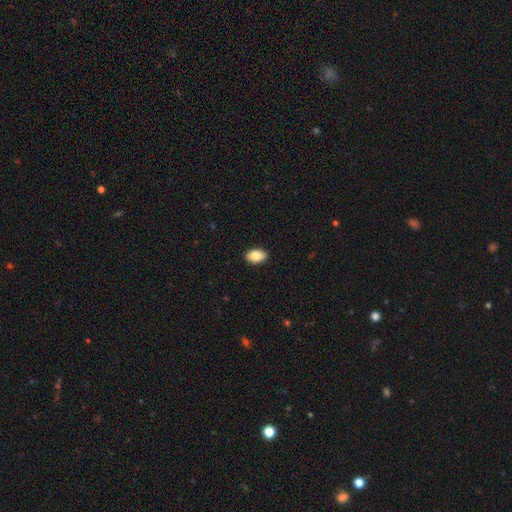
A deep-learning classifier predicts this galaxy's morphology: type=smooth (86%); roundness=in between (90%); merging=none (90%).